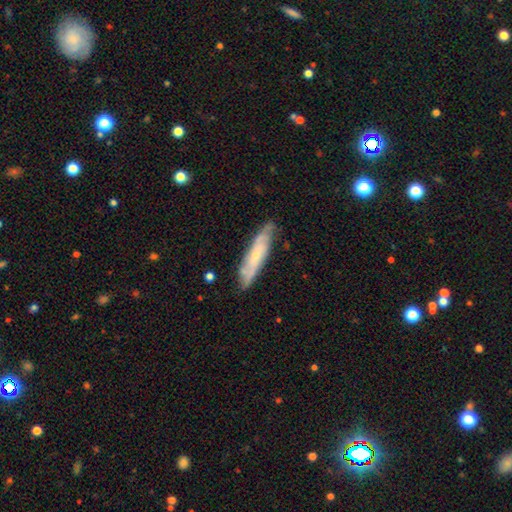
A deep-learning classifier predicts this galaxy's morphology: Smooth or featured?
  - featured or disk: 63% *
  - smooth: 31%
  - star or artifact: 6%
Edge-on disk?
  - no: 57% *
  - yes: 43%
Merging?
  - none: 78% *
  - minor disturbance: 17%
  - major disturbance: 3%
  - merger: 2%